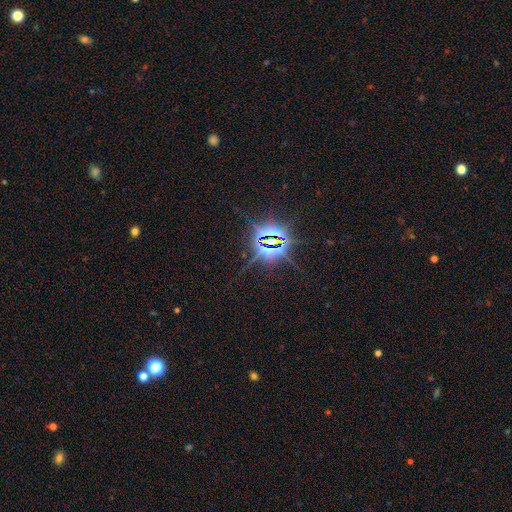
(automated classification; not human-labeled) A star or artifact, not a galaxy (85%).